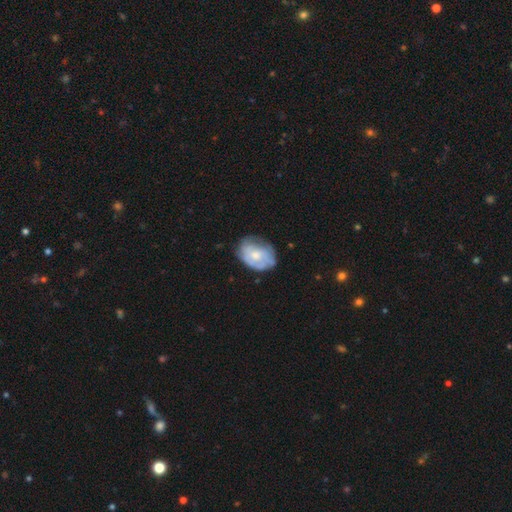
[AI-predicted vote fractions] smooth-or-featured: featured or disk: 50% | smooth: 43% | star or artifact: 6%
  disk-edge-on: no: 96% | yes: 4%
  merging: none: 60% | minor disturbance: 28% | major disturbance: 10% | merger: 2%